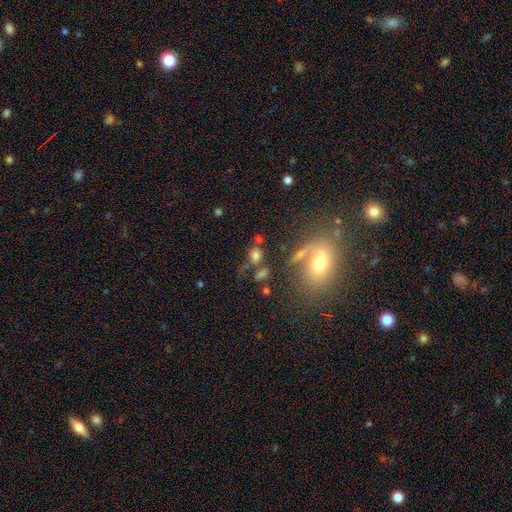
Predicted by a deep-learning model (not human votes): smooth_or_featured: smooth (p=0.74) [alt: star or artifact p=0.14]
how_rounded: in between (p=0.64) [alt: round p=0.32]
merging: none (p=0.57) [alt: merger p=0.21]